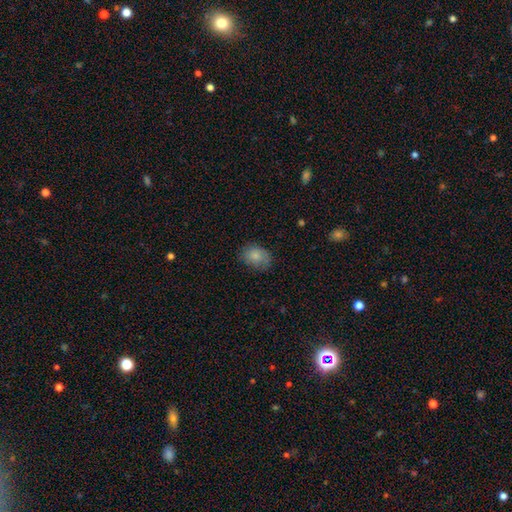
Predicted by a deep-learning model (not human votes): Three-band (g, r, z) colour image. It shows a smooth galaxy with no disk features (83%) that is in between round and cigar-shaped (71%). Merging: none (72%).